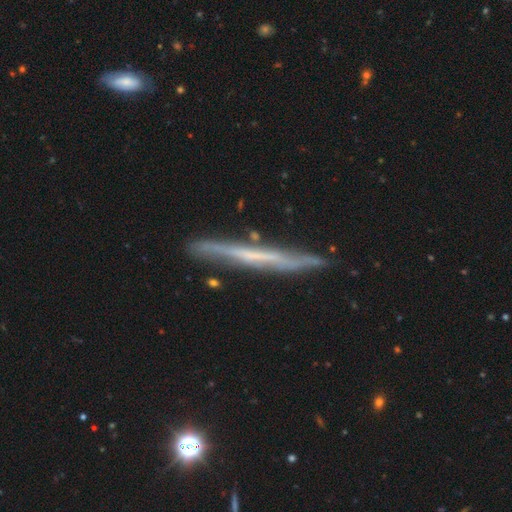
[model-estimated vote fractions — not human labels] Smooth or featured: featured or disk — 65% (smooth — 28%)
Edge-on disk: yes — 93% (no — 7%)
Edge-on bulge: none — 85% (rounded — 9%)
Merging: none — 81% (minor disturbance — 15%)